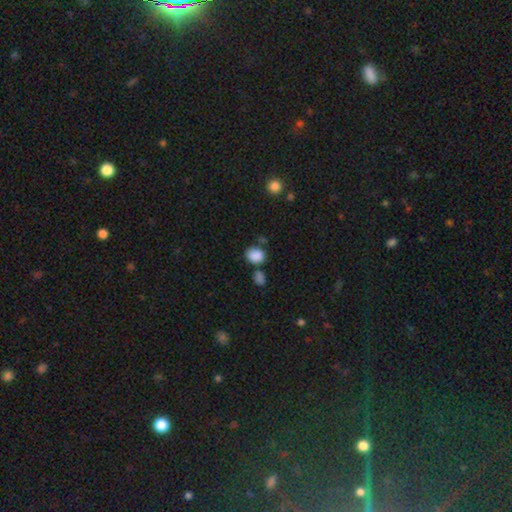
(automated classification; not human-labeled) Overall: smooth (86%). How rounded: in between (53%; round 46%). Merging: none (67%).